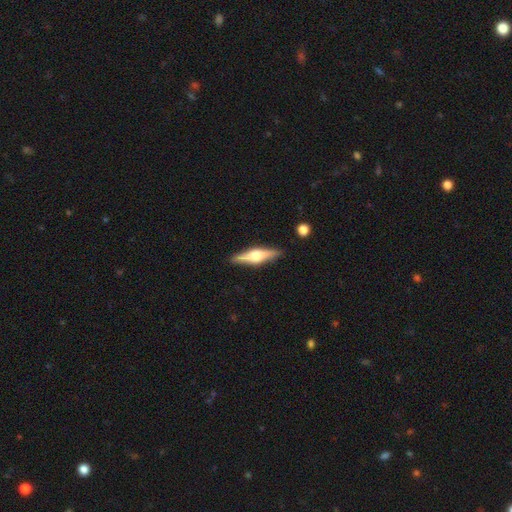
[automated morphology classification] This appears to be a featured or disk galaxy (65%) viewed edge-on (97%) with a rounded central bulge (91%). Merging: none (89%).